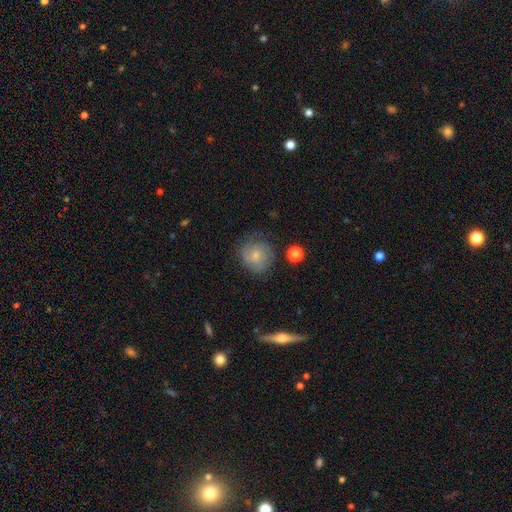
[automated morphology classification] The model was most divided on "smooth or featured": smooth: 64%, featured or disk: 27%, star or artifact: 9%. More confident: how rounded — round (87%); merging — none (66%).